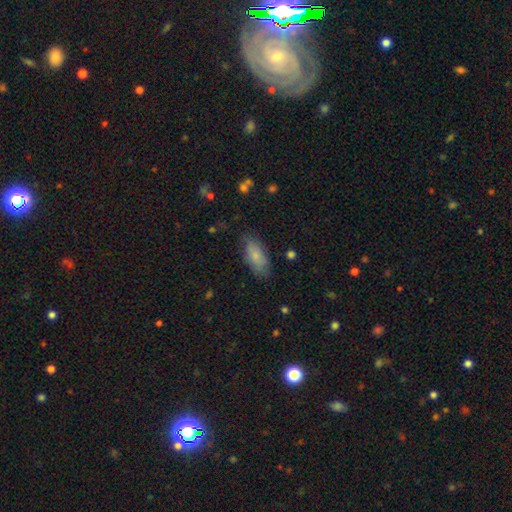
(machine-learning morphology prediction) type=smooth (76%); roundness=in between (85%); merging=none (72%).